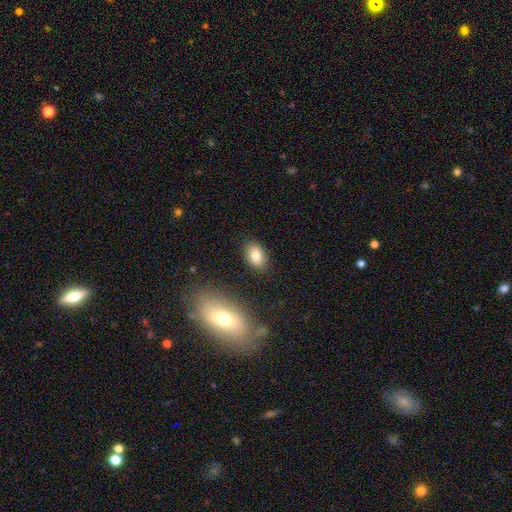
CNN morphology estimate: type=smooth (82%); roundness=in between (85%); merging=none (85%).